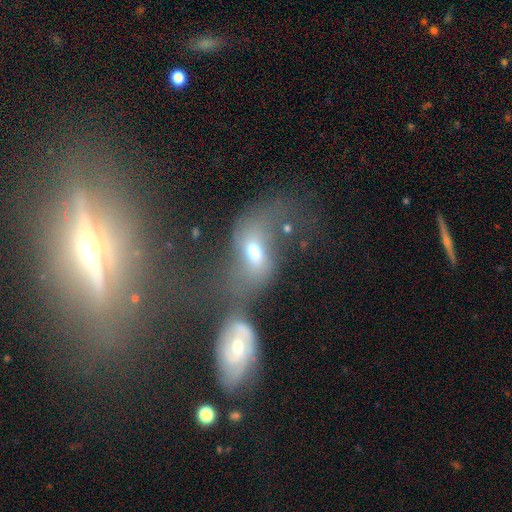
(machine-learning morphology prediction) This appears to be a featured or disk galaxy (43%). Merging: merger (48%).